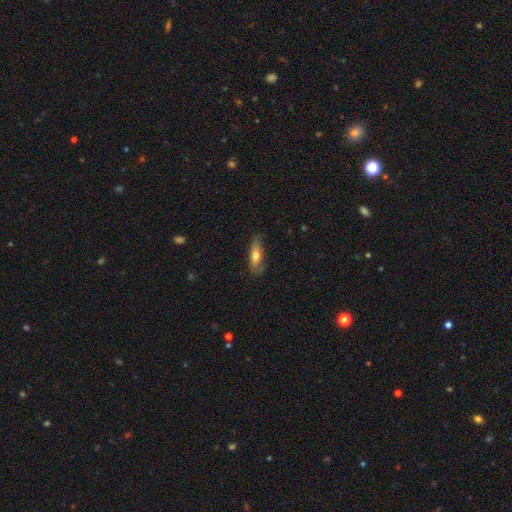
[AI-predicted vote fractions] smooth-or-featured: smooth: 67% | featured or disk: 26% | star or artifact: 7%
  how-rounded: in between: 52% | cigar-shaped: 45% | round: 2%
  merging: none: 75% | minor disturbance: 19% | major disturbance: 4% | merger: 1%